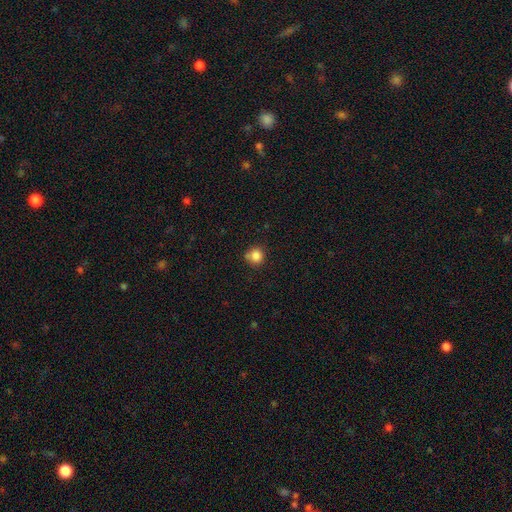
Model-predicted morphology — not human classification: smooth-or-featured: smooth: 84% | star or artifact: 11% | featured or disk: 5%
  how-rounded: round: 89% | in between: 10% | cigar-shaped: 1%
  merging: none: 70% | minor disturbance: 18% | merger: 8% | major disturbance: 4%